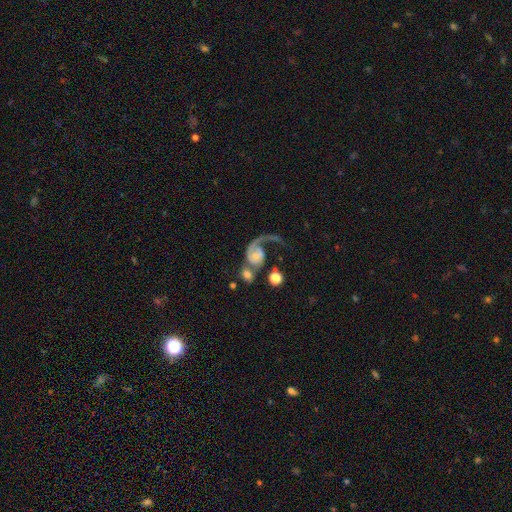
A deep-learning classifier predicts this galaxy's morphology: A featured or disk galaxy (75%) with no bar (69%), 1 (73%) loose (62%) spiral arms (89%) and a small central bulge (50%).

Vote fractions:
- Smooth or featured? featured or disk: 75% / smooth: 18% / star or artifact: 7%
- Edge-on disk? no: 98% / yes: 2%
- Bar? no: 69% / weak: 25% / strong: 6%
- Spiral arms? yes: 89% / no: 11%
- Spiral winding? loose: 62% / medium: 27% / tight: 11%
- Spiral arm count? 1: 73% / 2: 20% / can't tell: 3% / 3: 1% / 4: 1% / more than 4: 1%
- Bulge size? small: 50% / moderate: 22% / none: 20% / large: 5% / dominant: 2%
- Merging? merger: 35% / major disturbance: 32% / none: 23% / minor disturbance: 10%